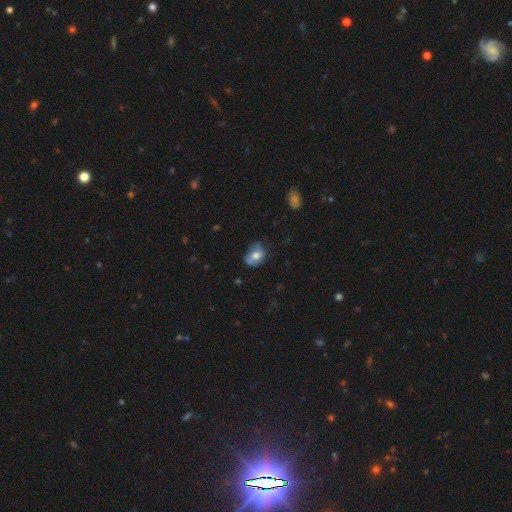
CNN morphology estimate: Smooth or featured?
  - smooth: 63% *
  - featured or disk: 28%
  - star or artifact: 9%
How rounded?
  - in between: 59% *
  - round: 40%
  - cigar-shaped: 1%
Merging?
  - none: 45% *
  - minor disturbance: 33%
  - major disturbance: 15%
  - merger: 7%